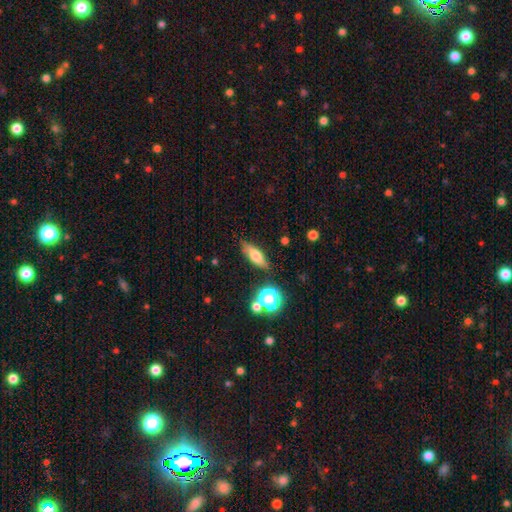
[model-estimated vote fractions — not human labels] Q: Smooth or featured?
A: smooth (60%); runner-up: featured or disk (29%)
Q: How rounded?
A: in between (51%); runner-up: cigar-shaped (41%)
Q: Merging?
A: none (77%); runner-up: minor disturbance (15%)